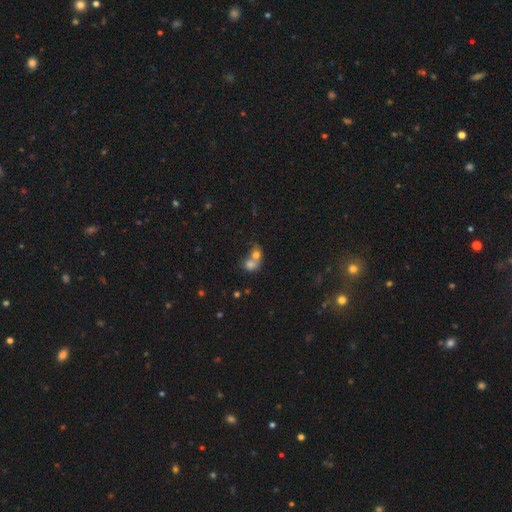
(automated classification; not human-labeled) The model was most divided on "how rounded": round: 61%, in between: 37%, cigar-shaped: 1%. More confident: merging — merger (73%); smooth or featured — smooth (70%).